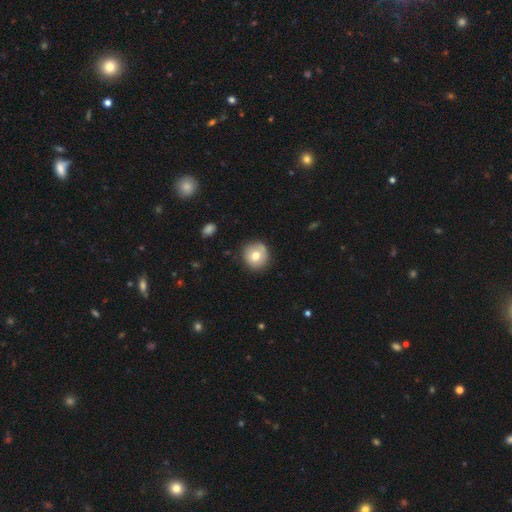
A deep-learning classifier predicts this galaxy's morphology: This appears to be a smooth galaxy with no disk features (71%) that is round (92%). Merging: none (82%).